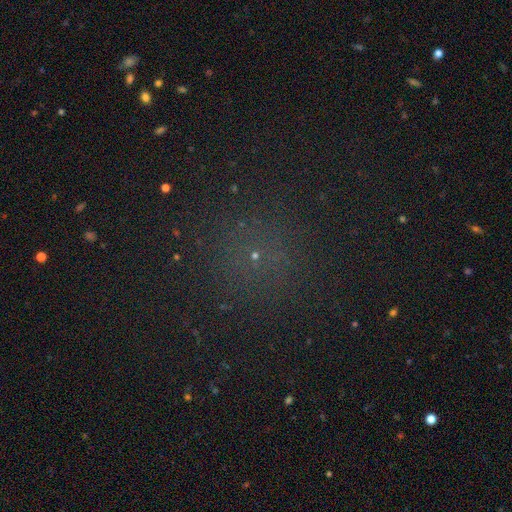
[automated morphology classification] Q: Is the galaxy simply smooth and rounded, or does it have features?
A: star or artifact — 46%.